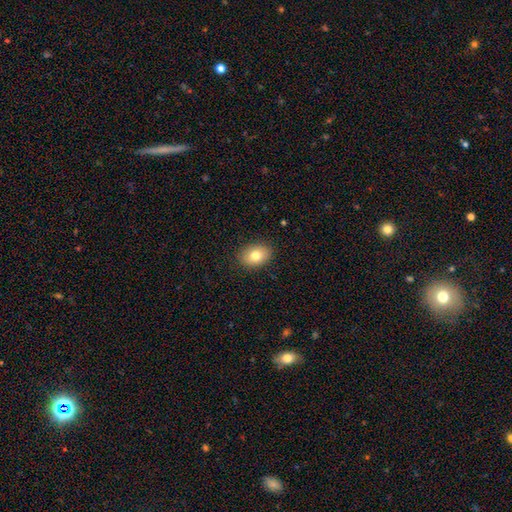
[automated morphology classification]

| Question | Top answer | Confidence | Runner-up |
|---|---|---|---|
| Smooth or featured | smooth | 80% | featured or disk (11%) |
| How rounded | in between | 77% | round (22%) |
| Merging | none | 89% | minor disturbance (8%) |